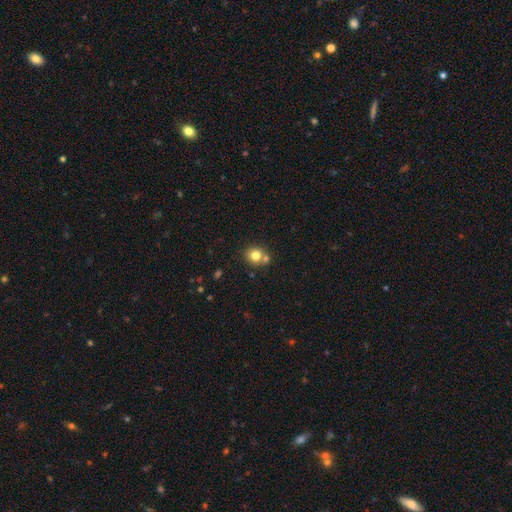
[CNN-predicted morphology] Smooth or featured?
  - smooth: 78% *
  - star or artifact: 11%
  - featured or disk: 10%
How rounded?
  - round: 80% *
  - in between: 19%
  - cigar-shaped: 1%
Merging?
  - none: 61% *
  - merger: 27%
  - minor disturbance: 9%
  - major disturbance: 3%